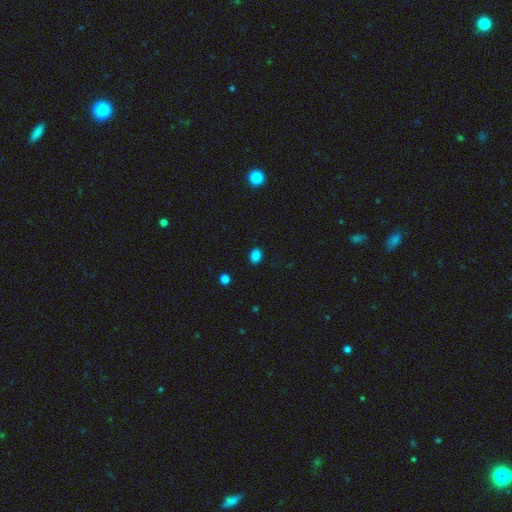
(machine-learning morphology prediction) The model was most divided on "how rounded": in between: 65%, round: 34%, cigar-shaped: 1%. More confident: merging — none (88%); smooth or featured — smooth (85%).